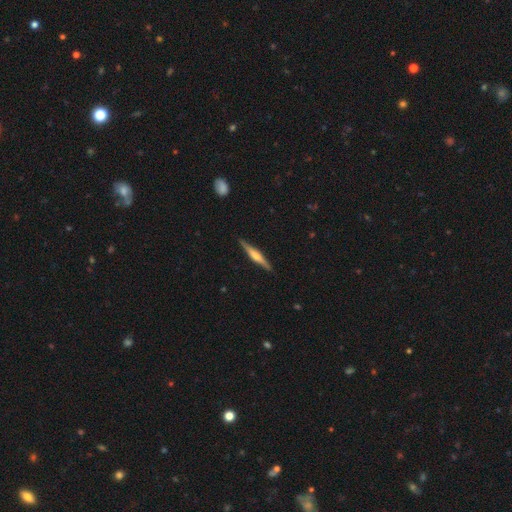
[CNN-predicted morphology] Smooth or featured? Predicted: featured or disk (p=0.63). Edge-on disk? Predicted: yes (p=0.97). Edge-on bulge? Predicted: rounded (p=0.63). Merging? Predicted: none (p=0.89).